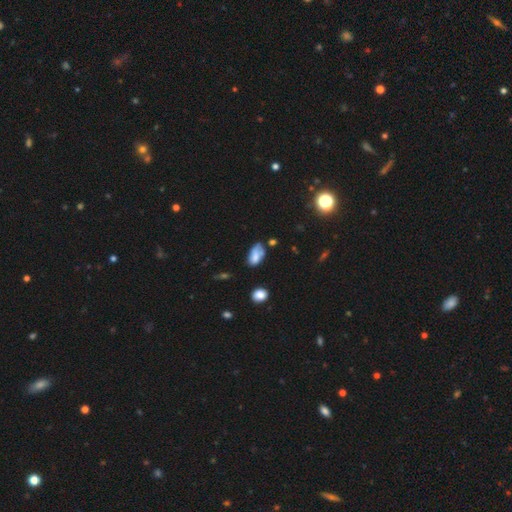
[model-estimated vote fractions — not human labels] Q: Smooth or featured?
A: smooth (72%); runner-up: featured or disk (18%)
Q: How rounded?
A: in between (91%); runner-up: round (5%)
Q: Merging?
A: none (43%); runner-up: minor disturbance (35%)